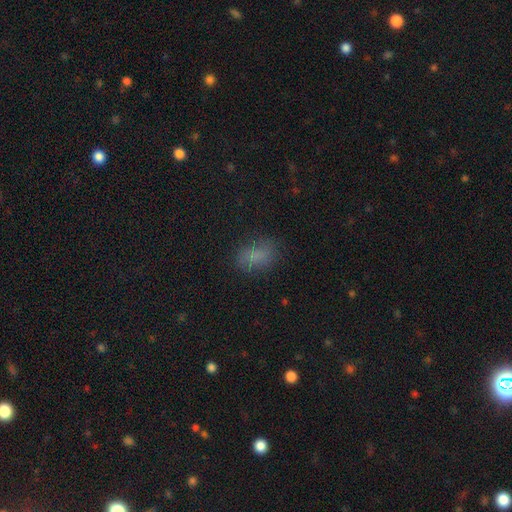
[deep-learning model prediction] The model was most divided on "merging": none: 75%, minor disturbance: 17%, major disturbance: 6%, merger: 1%. More confident: how rounded — in between (82%); smooth or featured — smooth (78%).